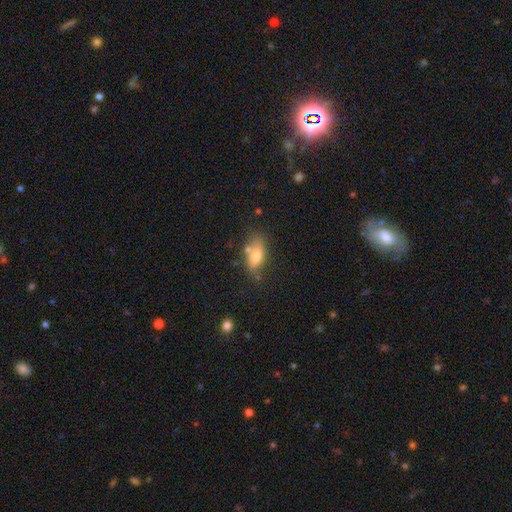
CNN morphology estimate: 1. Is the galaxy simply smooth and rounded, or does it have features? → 72% smooth, 19% featured or disk, 9% star or artifact.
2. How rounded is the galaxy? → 83% in between, 12% cigar-shaped, 6% round.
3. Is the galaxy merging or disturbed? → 59% none, 20% minor disturbance, 14% merger, 7% major disturbance.